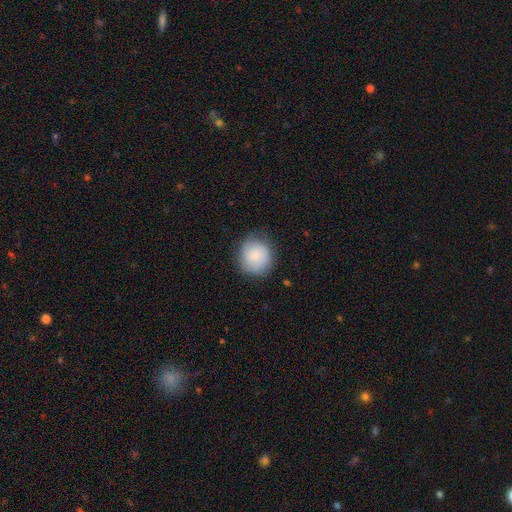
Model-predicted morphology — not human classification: Smooth or featured: smooth — 81% (featured or disk — 12%)
How rounded: round — 87% (in between — 12%)
Merging: none — 74% (minor disturbance — 20%)